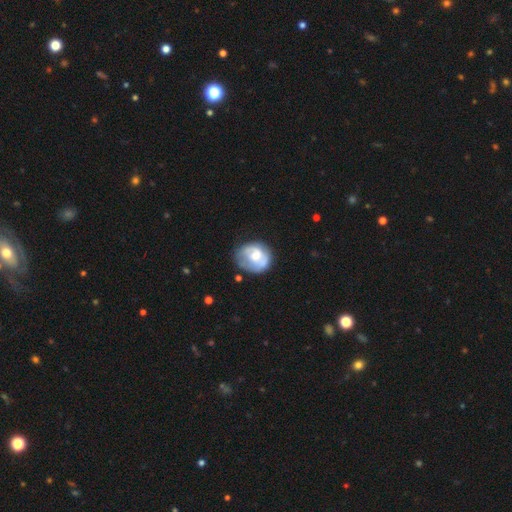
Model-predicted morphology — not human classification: Overall: featured or disk (53%; smooth 40%). Edge-on disk: no (97%). Bar: no (65%; weak 29%). Spiral arms: yes (56%; no 44%). Bulge size: moderate (61%; small 29%). Merging: none (55%; minor disturbance 27%).